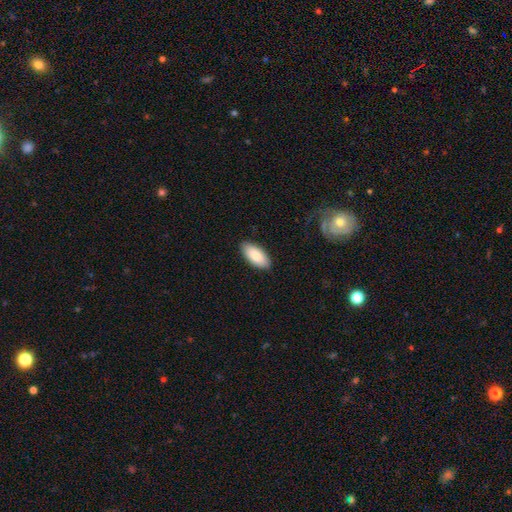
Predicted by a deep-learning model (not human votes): This is clearly a smooth galaxy (85%). How rounded: clearly in between (92%). Merging: clearly none (89%).